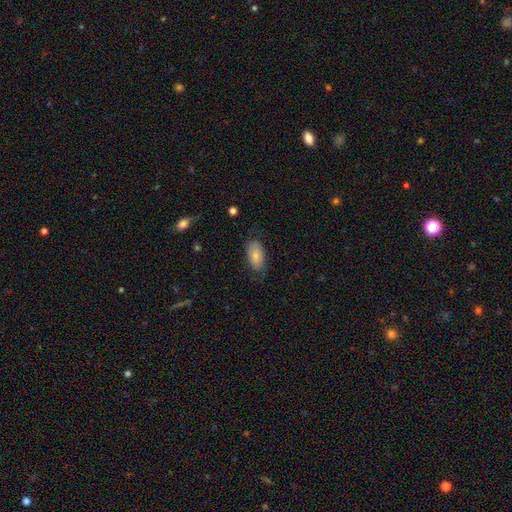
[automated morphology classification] Q: Smooth or featured?
A: smooth (78%); runner-up: featured or disk (15%)
Q: How rounded?
A: in between (93%); runner-up: cigar-shaped (3%)
Q: Merging?
A: none (71%); runner-up: minor disturbance (21%)